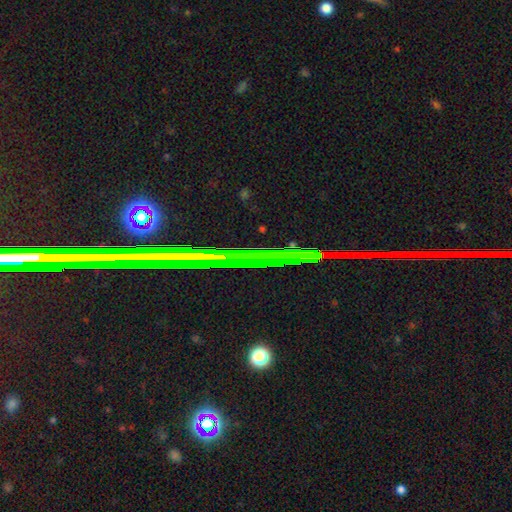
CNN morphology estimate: Smooth or featured? Predicted: star or artifact (p=0.74).